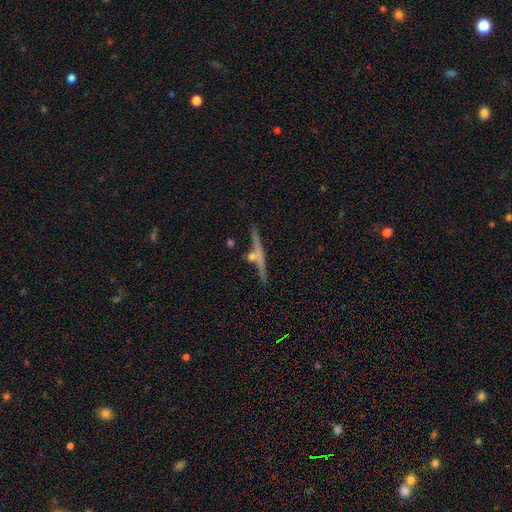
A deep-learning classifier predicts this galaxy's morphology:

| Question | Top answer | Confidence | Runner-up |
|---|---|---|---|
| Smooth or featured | featured or disk | 51% | smooth (37%) |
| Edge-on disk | yes | 90% | no (10%) |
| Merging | none | 68% | merger (16%) |